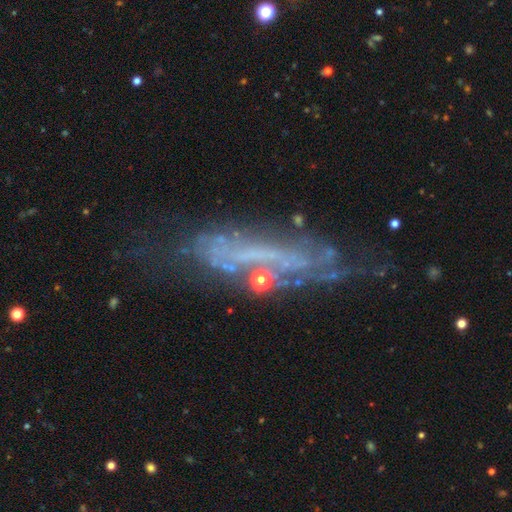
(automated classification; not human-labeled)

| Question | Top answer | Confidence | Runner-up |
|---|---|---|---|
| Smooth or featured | featured or disk | 71% | smooth (16%) |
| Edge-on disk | no | 67% | yes (33%) |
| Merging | none | 55% | minor disturbance (24%) |